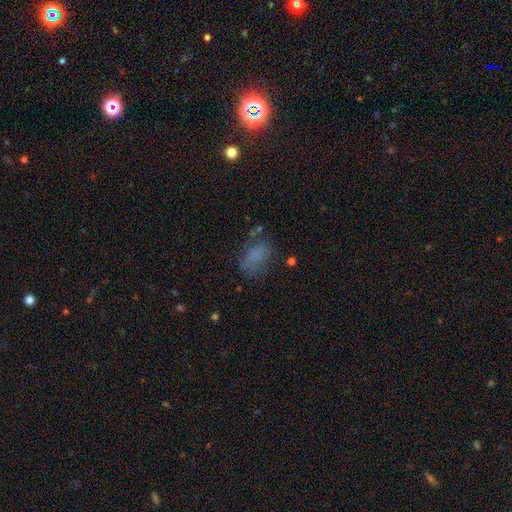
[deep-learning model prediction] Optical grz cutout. It shows a smooth galaxy with no disk features (67%) that is in between round and cigar-shaped (84%). Merging: none (54%).